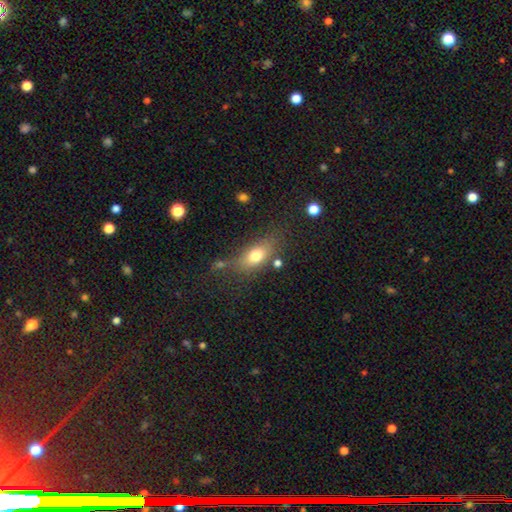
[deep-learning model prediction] smooth-or-featured: smooth: 72% | featured or disk: 18% | star or artifact: 10%
  how-rounded: in between: 78% | round: 11% | cigar-shaped: 11%
  merging: none: 64% | minor disturbance: 19% | major disturbance: 10% | merger: 8%